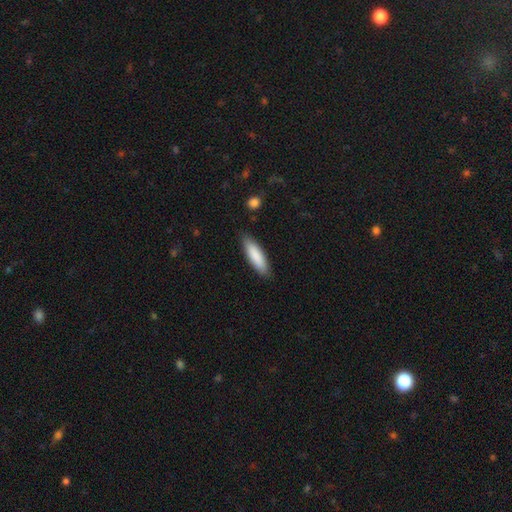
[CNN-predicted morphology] This is clearly a smooth galaxy (85%). How rounded: likely cigar-shaped (61%). Merging: clearly none (86%).